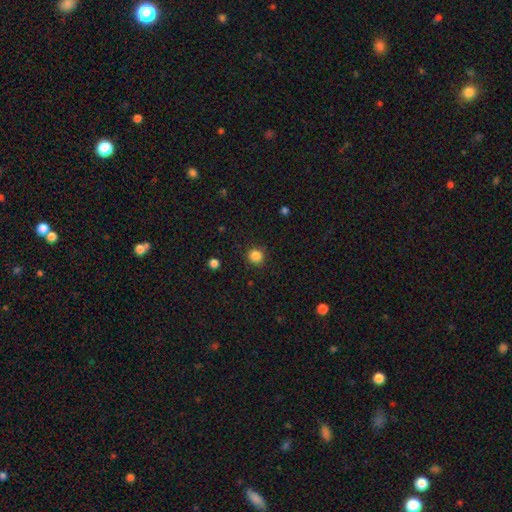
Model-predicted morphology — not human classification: A smooth galaxy with no disk features (85%) that is round (92%).

Vote fractions:
- Smooth or featured? smooth: 85% / star or artifact: 12% / featured or disk: 3%
- How rounded? round: 92% / in between: 7% / cigar-shaped: 1%
- Merging? none: 89% / minor disturbance: 8% / major disturbance: 2% / merger: 1%